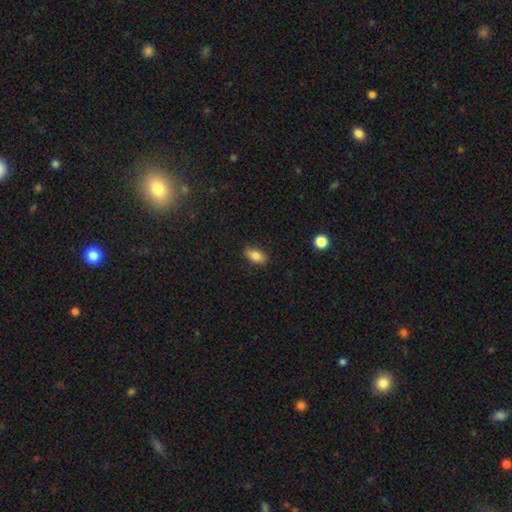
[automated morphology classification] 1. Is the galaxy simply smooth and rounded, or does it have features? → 84% smooth, 8% featured or disk, 8% star or artifact.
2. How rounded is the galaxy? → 88% in between, 7% cigar-shaped, 5% round.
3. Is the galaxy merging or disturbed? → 87% none, 10% minor disturbance, 2% major disturbance, 1% merger.